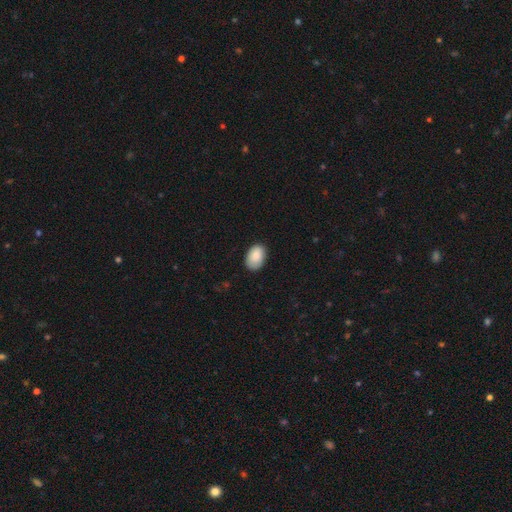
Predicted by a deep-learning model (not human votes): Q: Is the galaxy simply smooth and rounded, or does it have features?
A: smooth — 87%.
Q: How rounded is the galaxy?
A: in between — 87%.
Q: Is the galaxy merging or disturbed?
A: none — 80%.